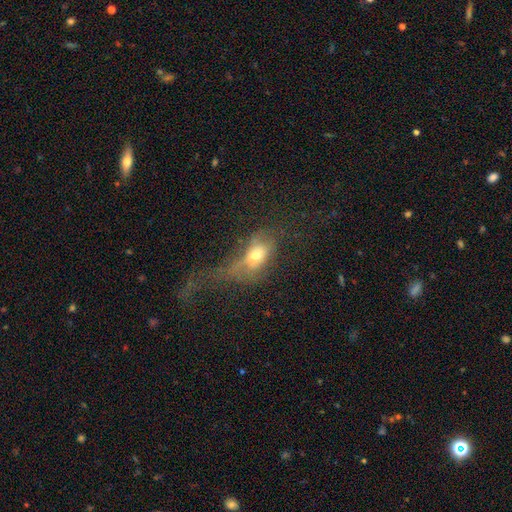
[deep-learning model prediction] Smooth or featured?
  - smooth: 57% *
  - featured or disk: 31%
  - star or artifact: 12%
How rounded?
  - in between: 79% *
  - round: 11%
  - cigar-shaped: 9%
Merging?
  - major disturbance: 59% *
  - none: 18%
  - minor disturbance: 16%
  - merger: 6%